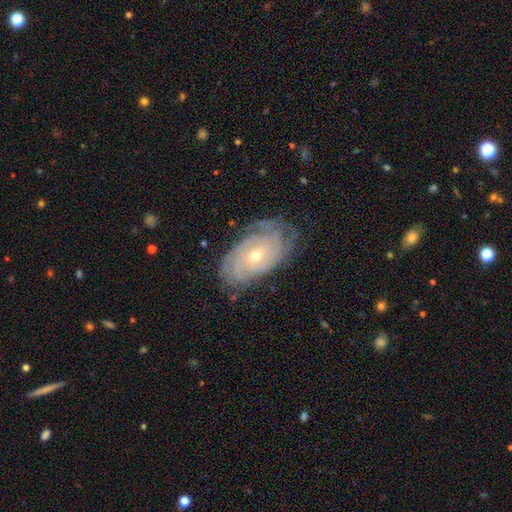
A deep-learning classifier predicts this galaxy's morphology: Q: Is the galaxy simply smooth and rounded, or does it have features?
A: featured or disk — 86%.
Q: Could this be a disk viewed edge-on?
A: no — 95%.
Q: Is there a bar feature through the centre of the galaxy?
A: no — 74%.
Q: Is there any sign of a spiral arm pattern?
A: yes — 96%.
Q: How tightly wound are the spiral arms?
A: tight — 80%.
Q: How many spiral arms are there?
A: can't tell — 35%.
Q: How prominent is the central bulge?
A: small — 59%.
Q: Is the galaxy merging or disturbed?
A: none — 77%.